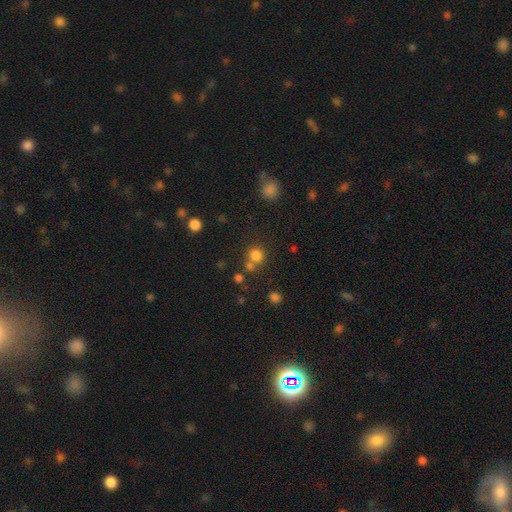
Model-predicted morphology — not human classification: A smooth galaxy with no disk features (78%) that is round (87%). Merging: none (61%).